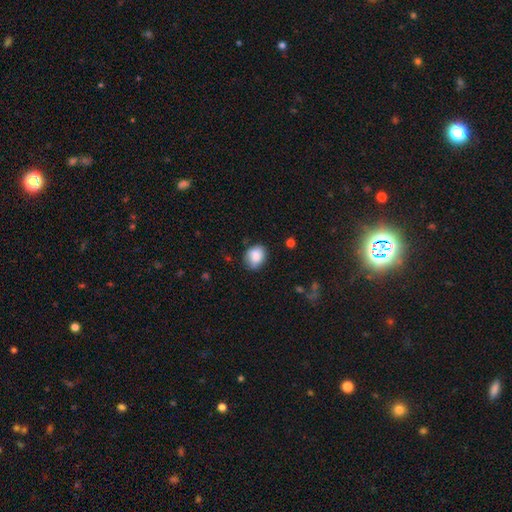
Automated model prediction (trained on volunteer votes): The model was most divided on "how rounded": in between: 53%, round: 46%, cigar-shaped: 1%. More confident: smooth or featured — smooth (85%); merging — none (71%).